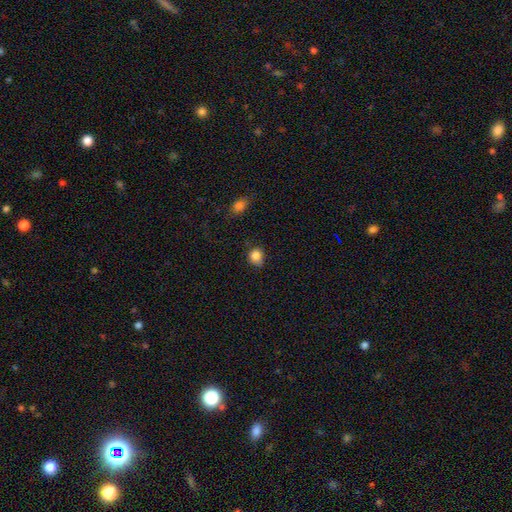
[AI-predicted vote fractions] Morphology: type=smooth (84%); roundness=round (76%); merging=none (61%).